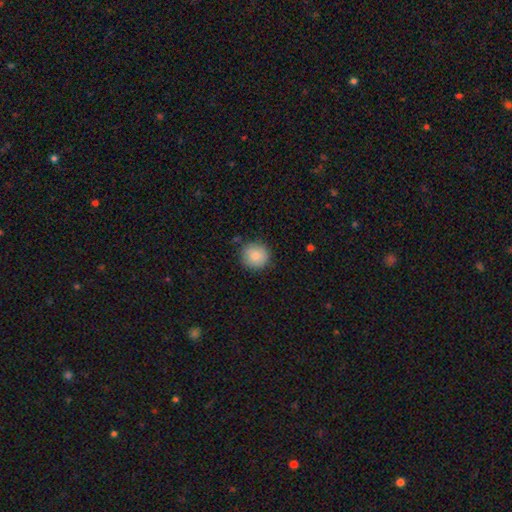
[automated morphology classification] This is clearly a smooth galaxy (84%). How rounded: clearly round (94%). Merging: clearly none (85%).